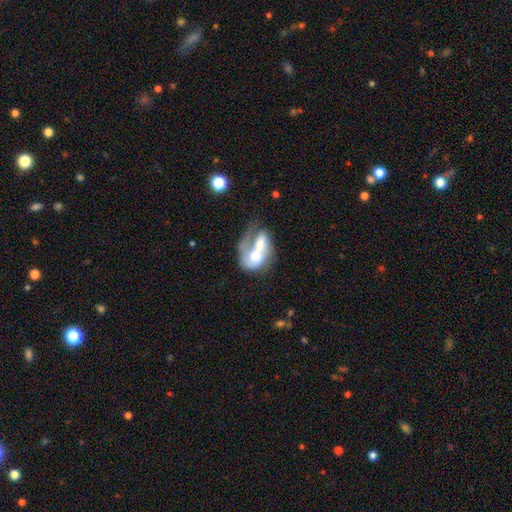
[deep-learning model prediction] Overall: featured or disk (49%; smooth 44%). Merging: merger (70%).